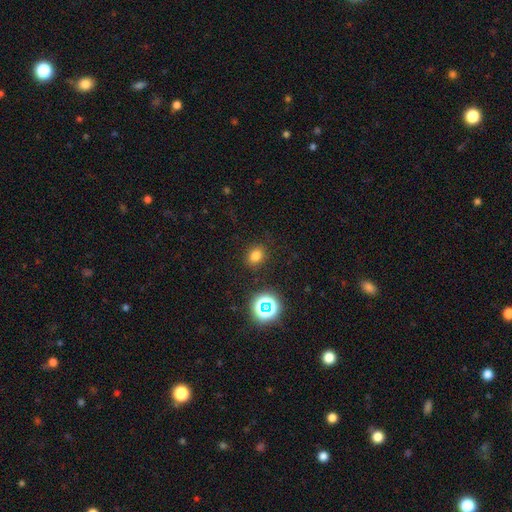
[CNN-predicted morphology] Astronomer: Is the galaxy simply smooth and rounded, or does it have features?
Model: smooth — 75%.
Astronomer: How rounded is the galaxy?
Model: round — 58% (runner-up: in between, 41%).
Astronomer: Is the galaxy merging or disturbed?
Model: none — 86%.